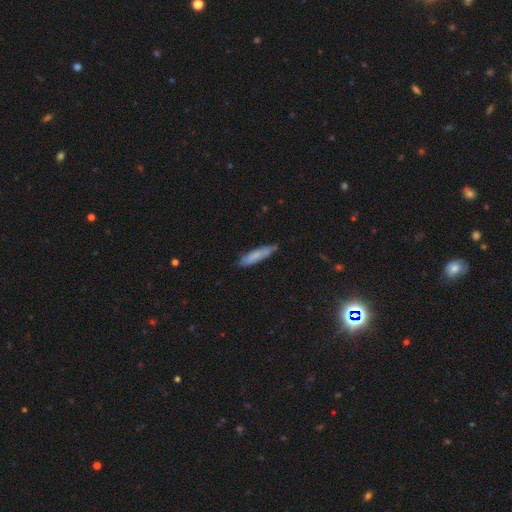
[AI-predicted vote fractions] This appears to be a smooth galaxy with no disk features (71%) that is cigar-shaped (80%). Merging: none (77%).